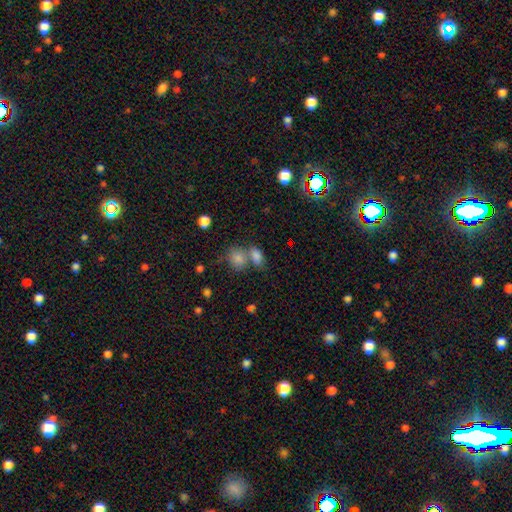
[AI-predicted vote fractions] A smooth galaxy with no disk features (80%) that is in between round and cigar-shaped (70%). Merging: merger (51%).